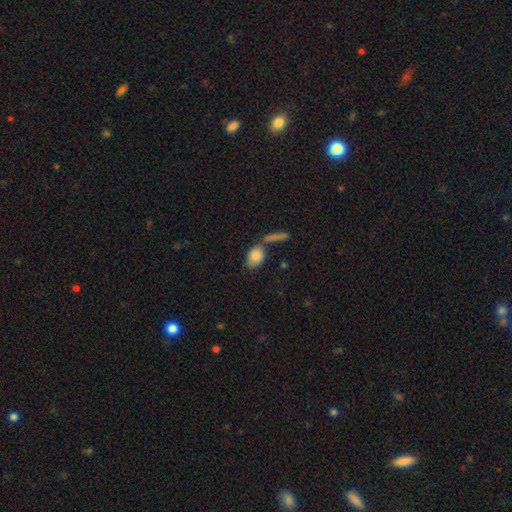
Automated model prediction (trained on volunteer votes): Smooth or featured: smooth — 84% (featured or disk — 9%)
How rounded: in between — 82% (round — 14%)
Merging: none — 51% (merger — 28%)